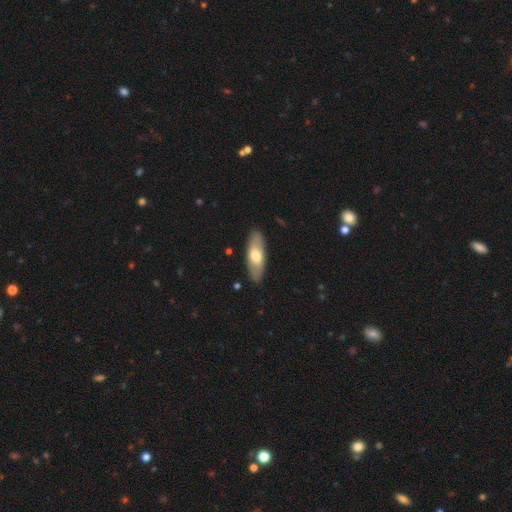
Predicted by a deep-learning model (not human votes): smooth 62%, featured or disk 33%, star or artifact 5%. Down the decision tree: how rounded — in between (69%); merging — none (87%).